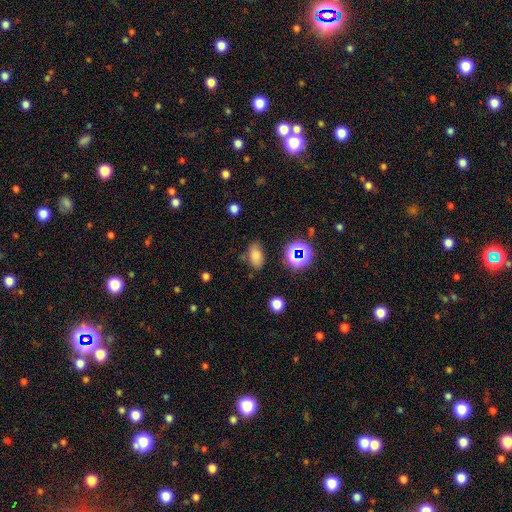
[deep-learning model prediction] Overall: smooth (74%). How rounded: in between (87%). Merging: none (72%).